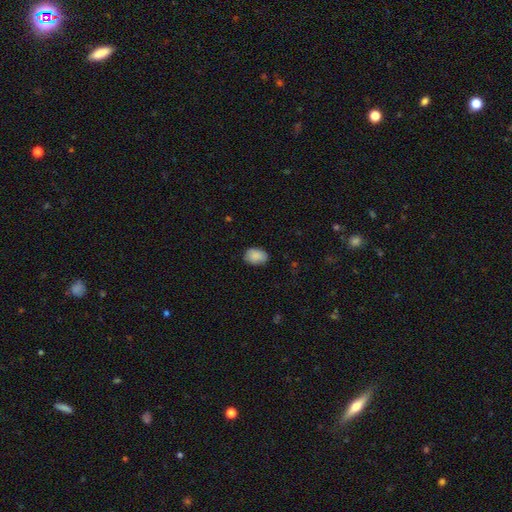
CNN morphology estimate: The model was most divided on "merging": none: 80%, minor disturbance: 16%, major disturbance: 3%, merger: 1%. More confident: smooth or featured — smooth (88%); how rounded — in between (82%).